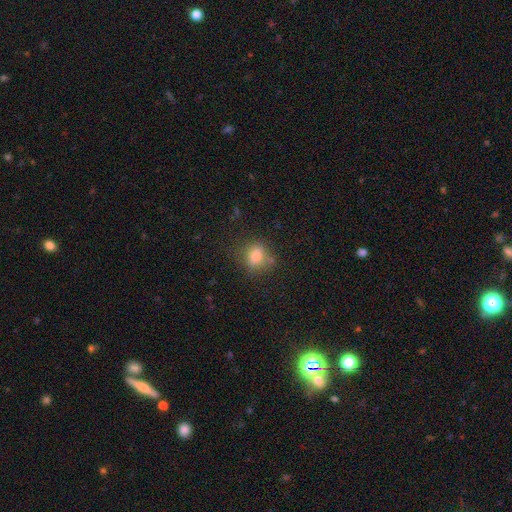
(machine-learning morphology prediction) Smooth or featured? Predicted: smooth (p=0.80). How rounded? Predicted: in between (p=0.49, tied with round). Merging? Predicted: none (p=0.67).